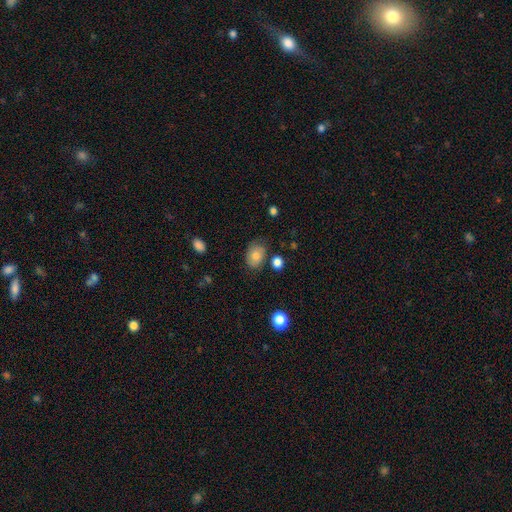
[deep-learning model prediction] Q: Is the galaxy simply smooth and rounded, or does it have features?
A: smooth — 76%.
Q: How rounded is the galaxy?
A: in between — 74%.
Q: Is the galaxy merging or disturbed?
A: none — 69%.